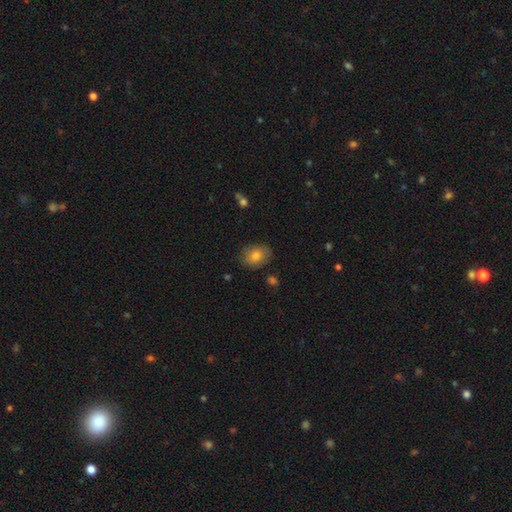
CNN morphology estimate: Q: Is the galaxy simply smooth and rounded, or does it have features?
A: smooth — 78%.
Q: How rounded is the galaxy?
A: in between — 62%.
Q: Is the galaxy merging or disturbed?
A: none — 85%.